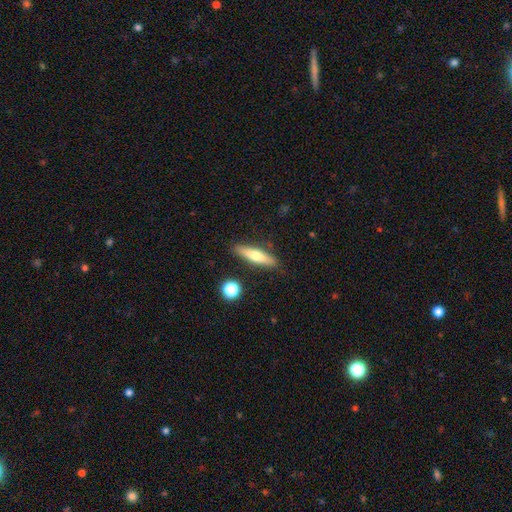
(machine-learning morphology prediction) A smooth galaxy with no disk features (59%) that is cigar-shaped (76%).

Vote fractions:
- Smooth or featured? smooth: 59% / featured or disk: 34% / star or artifact: 7%
- How rounded? cigar-shaped: 76% / in between: 21% / round: 2%
- Merging? none: 86% / minor disturbance: 10% / merger: 3% / major disturbance: 2%